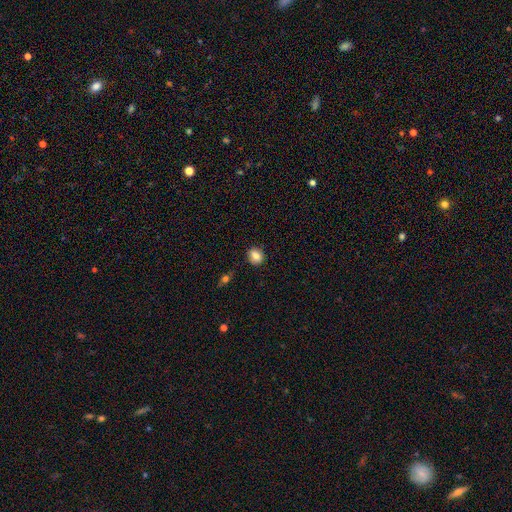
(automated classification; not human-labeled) Smooth or featured? Predicted: smooth (p=0.81). How rounded? Predicted: round (p=0.55). Merging? Predicted: none (p=0.86).